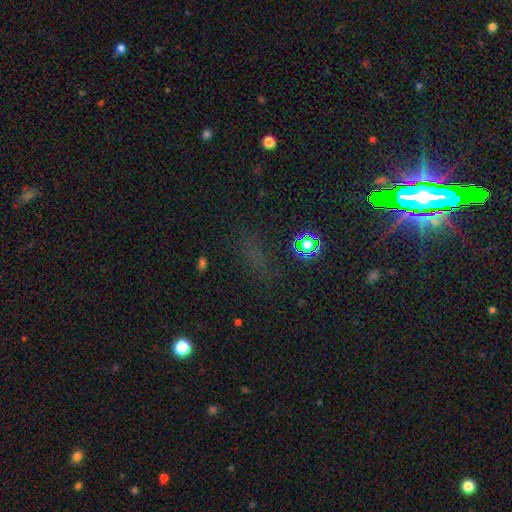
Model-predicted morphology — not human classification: Smooth or featured? star or artifact (66%)